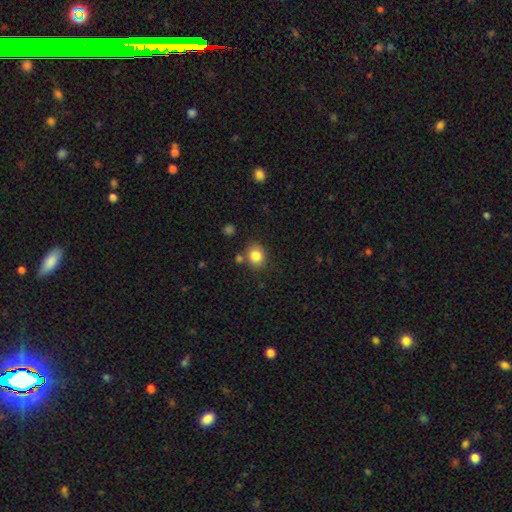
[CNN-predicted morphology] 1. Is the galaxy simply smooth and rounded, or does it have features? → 85% smooth, 10% star or artifact, 6% featured or disk.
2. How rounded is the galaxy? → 66% round, 33% in between, 1% cigar-shaped.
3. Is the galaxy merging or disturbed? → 76% none, 12% minor disturbance, 9% merger, 4% major disturbance.